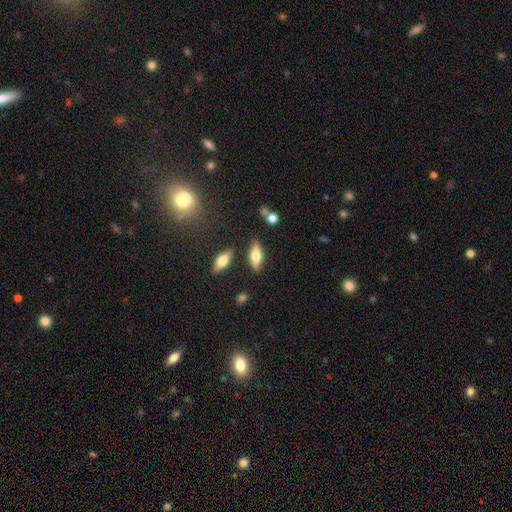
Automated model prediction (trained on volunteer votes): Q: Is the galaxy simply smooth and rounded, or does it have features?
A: smooth — 56%.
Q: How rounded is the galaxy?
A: in between — 66%.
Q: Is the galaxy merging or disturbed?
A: none — 79%.